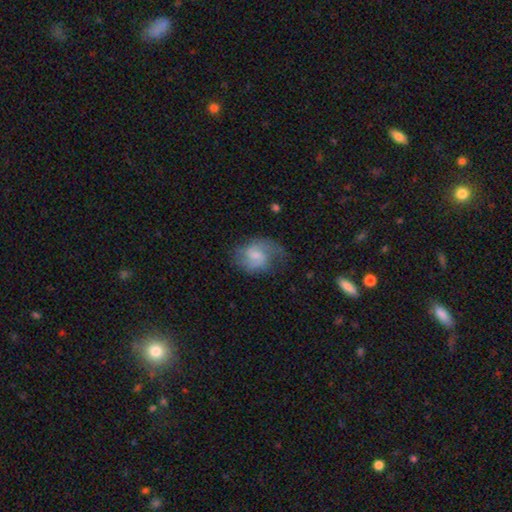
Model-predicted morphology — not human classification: Smooth or featured: featured or disk — 64% (smooth — 29%)
Edge-on disk: no — 98% (yes — 2%)
Bar: weak — 53% (no — 39%)
Spiral arms: yes — 90% (no — 10%)
Spiral winding: medium — 49% (loose — 31%)
Spiral arm count: 2 — 79% (can't tell — 10%)
Bulge size: small — 38% (moderate — 34%)
Merging: none — 56% (minor disturbance — 25%)